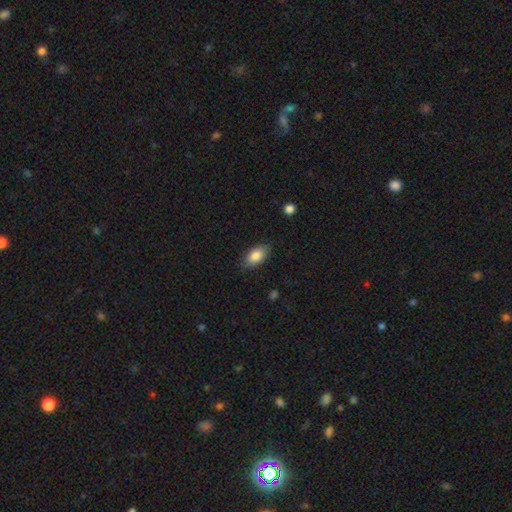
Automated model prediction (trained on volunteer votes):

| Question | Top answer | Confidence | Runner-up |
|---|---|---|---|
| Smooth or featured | smooth | 85% | featured or disk (8%) |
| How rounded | in between | 91% | cigar-shaped (4%) |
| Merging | none | 84% | minor disturbance (12%) |